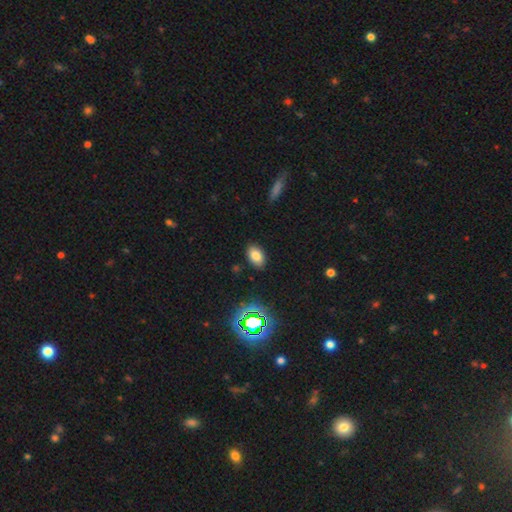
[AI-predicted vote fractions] Overall: smooth (79%). How rounded: in between (89%). Merging: none (87%).